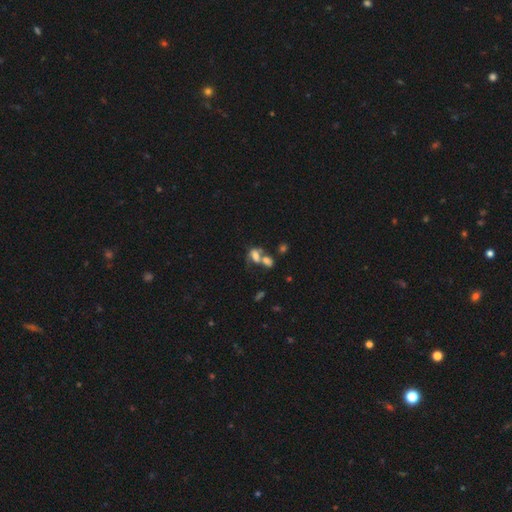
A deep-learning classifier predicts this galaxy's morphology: smooth_or_featured: smooth (p=0.61) [alt: featured or disk p=0.24]
how_rounded: in between (p=0.80) [alt: round p=0.16]
merging: merger (p=0.55) [alt: none p=0.22]